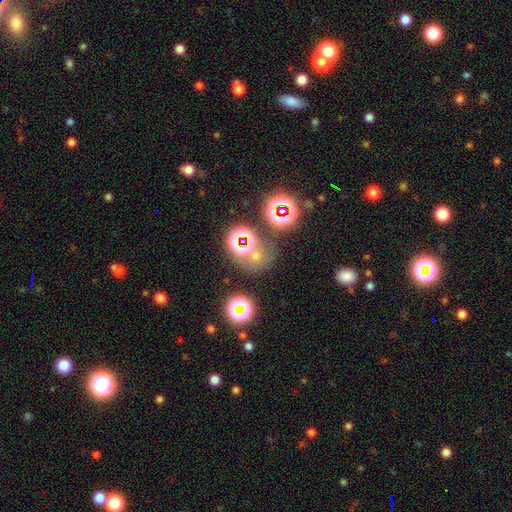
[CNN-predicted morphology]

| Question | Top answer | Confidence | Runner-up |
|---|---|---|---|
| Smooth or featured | star or artifact | 54% | smooth (34%) |